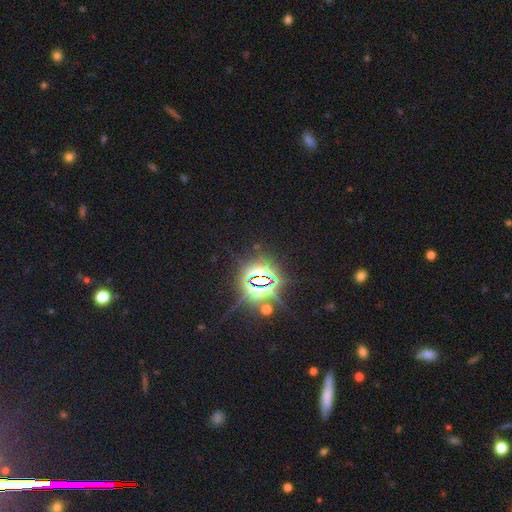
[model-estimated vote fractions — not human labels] A star or artifact, not a galaxy (83%).